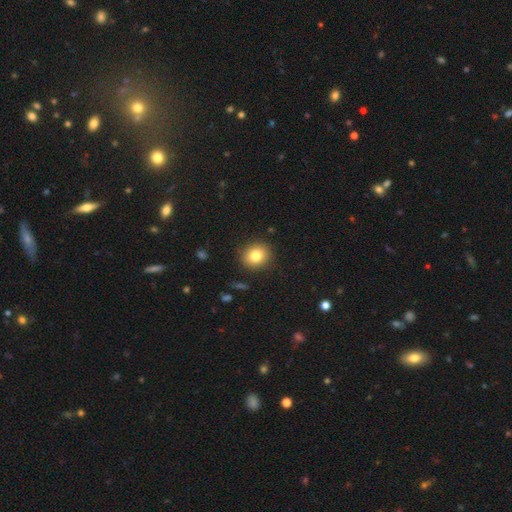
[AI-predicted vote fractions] A smooth galaxy with no disk features (81%) that is round (77%).

Vote fractions:
- Smooth or featured? smooth: 81% / star or artifact: 10% / featured or disk: 9%
- How rounded? round: 77% / in between: 22% / cigar-shaped: 1%
- Merging? none: 89% / minor disturbance: 7% / major disturbance: 2% / merger: 1%